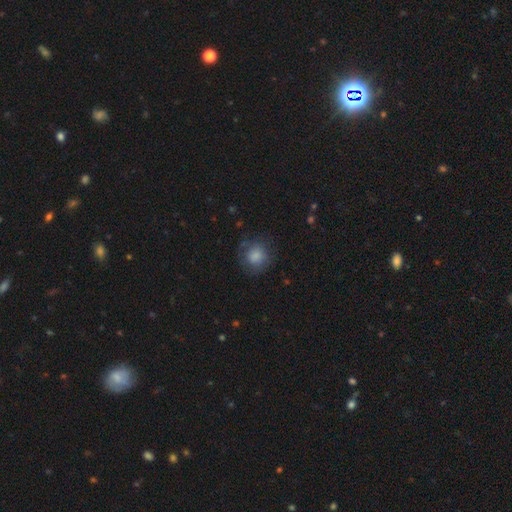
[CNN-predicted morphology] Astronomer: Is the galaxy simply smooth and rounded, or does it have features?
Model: smooth — 81%.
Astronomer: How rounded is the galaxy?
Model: round — 87%.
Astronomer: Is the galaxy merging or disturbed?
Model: none — 73%.